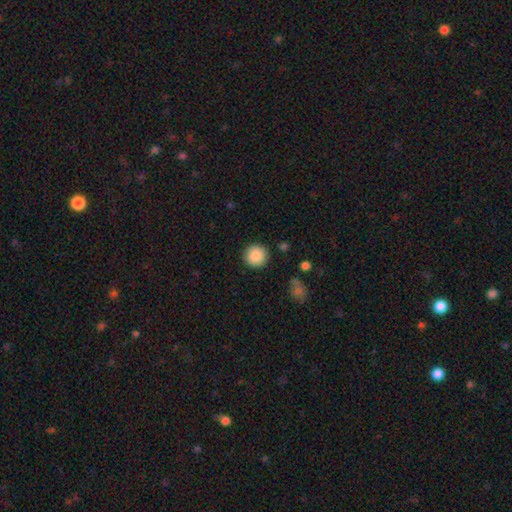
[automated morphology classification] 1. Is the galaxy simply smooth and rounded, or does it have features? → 88% smooth, 8% star or artifact, 4% featured or disk.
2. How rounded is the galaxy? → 95% round, 4% in between, 1% cigar-shaped.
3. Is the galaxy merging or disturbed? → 91% none, 6% minor disturbance, 2% major disturbance, 1% merger.